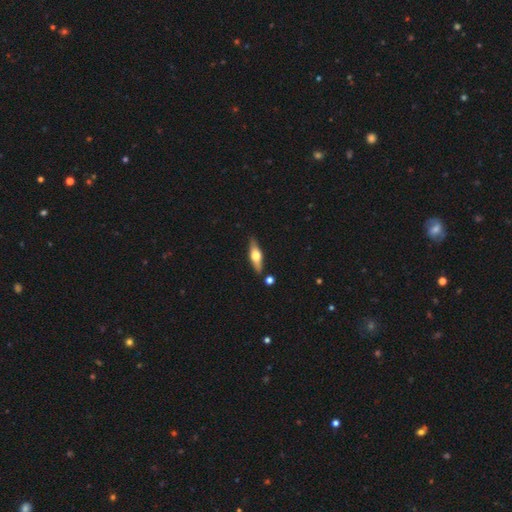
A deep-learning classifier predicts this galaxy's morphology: featured or disk 56%, smooth 39%, star or artifact 6%. Down the decision tree: edge-on disk — yes (92%); edge-on bulge — rounded (95%); merging — none (85%).